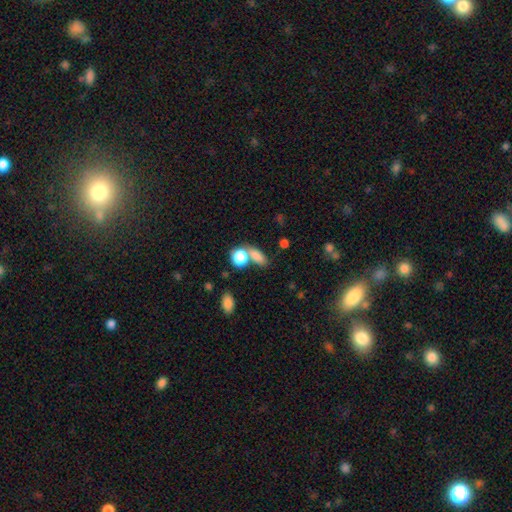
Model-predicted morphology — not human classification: Smooth or featured? Predicted: smooth (p=0.81). How rounded? Predicted: in between (p=0.70). Merging? Predicted: none (p=0.46).